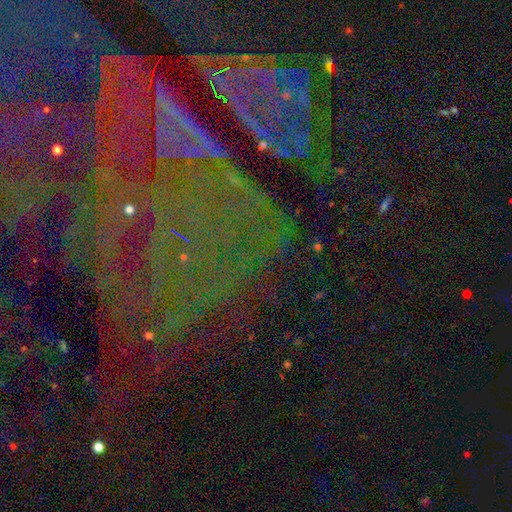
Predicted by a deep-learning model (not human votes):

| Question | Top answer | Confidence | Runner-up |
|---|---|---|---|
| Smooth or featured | star or artifact | 76% | featured or disk (14%) |